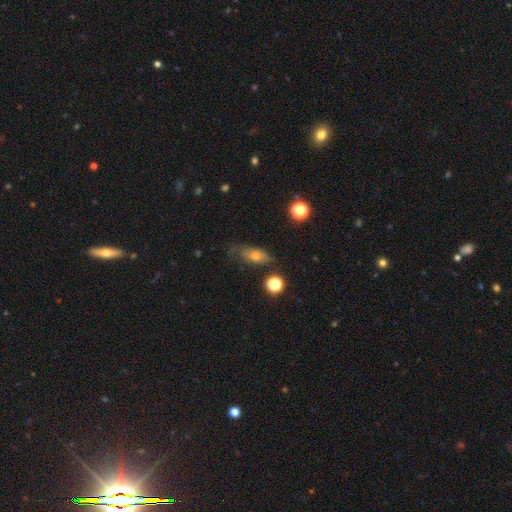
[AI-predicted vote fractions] smooth 62%, featured or disk 26%, star or artifact 12%. Down the decision tree: how rounded — in between (70%); merging — none (59%).